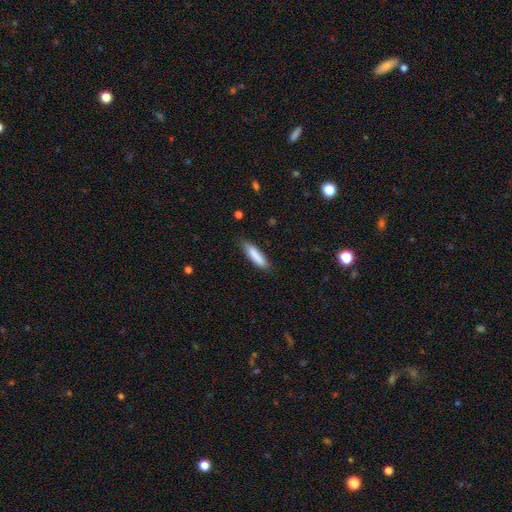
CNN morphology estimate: The model was most divided on "how rounded": cigar-shaped: 75%, in between: 24%, round: 1%. More confident: smooth or featured — smooth (86%); merging — none (80%).